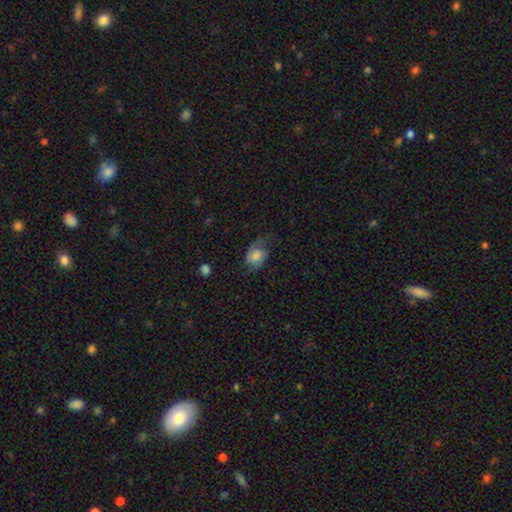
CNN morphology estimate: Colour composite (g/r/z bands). It shows a smooth galaxy with no disk features (58%) that is in between round and cigar-shaped (72%). Merging: none (43%).